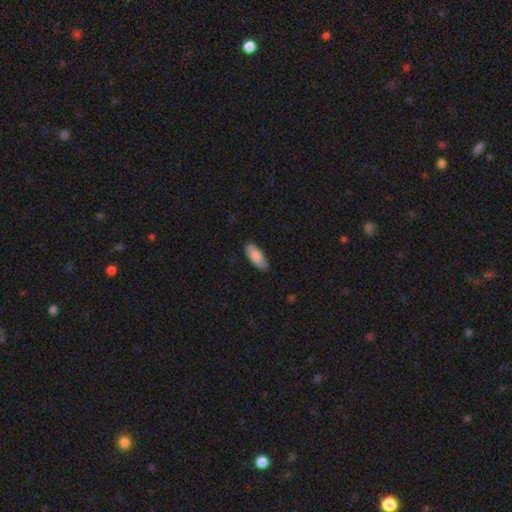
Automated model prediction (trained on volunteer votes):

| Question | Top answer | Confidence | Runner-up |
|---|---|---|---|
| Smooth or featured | smooth | 85% | featured or disk (10%) |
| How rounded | in between | 76% | cigar-shaped (22%) |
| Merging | none | 82% | minor disturbance (14%) |